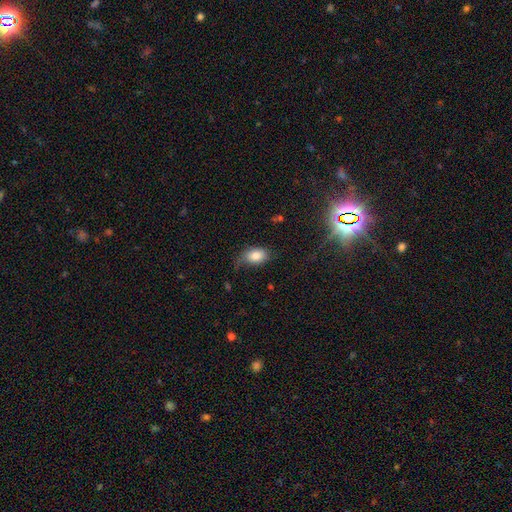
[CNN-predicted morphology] The model was most divided on "merging": none: 56%, minor disturbance: 30%, major disturbance: 12%, merger: 2%. More confident: how rounded — in between (88%); smooth or featured — smooth (82%).